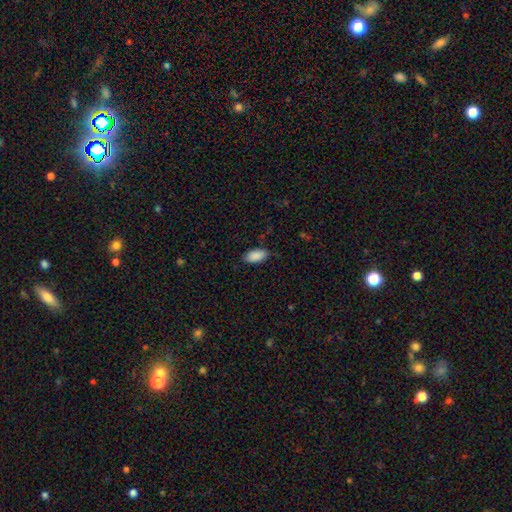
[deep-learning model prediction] smooth_or_featured: smooth (p=0.89) [alt: star or artifact p=0.07]
how_rounded: in between (p=0.93) [alt: cigar-shaped p=0.05]
merging: none (p=0.80) [alt: minor disturbance p=0.15]